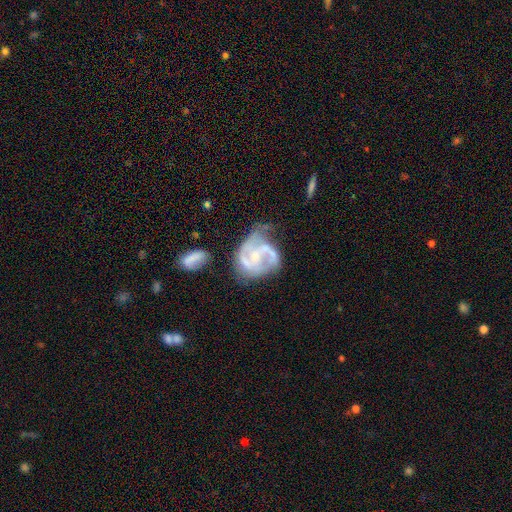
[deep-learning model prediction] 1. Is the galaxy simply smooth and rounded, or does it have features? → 82% featured or disk, 12% smooth, 7% star or artifact.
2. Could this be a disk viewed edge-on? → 98% no, 2% yes.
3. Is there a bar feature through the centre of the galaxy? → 49% no, 39% weak, 12% strong.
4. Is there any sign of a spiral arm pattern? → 86% yes, 14% no.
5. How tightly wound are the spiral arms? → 49% medium, 27% loose, 24% tight.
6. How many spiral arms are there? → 63% 2, 15% can't tell, 12% 3, 5% 1, 2% 4, 2% more than 4.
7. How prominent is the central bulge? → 52% small, 33% moderate, 12% none, 2% large, 1% dominant.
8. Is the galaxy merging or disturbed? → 35% none, 27% major disturbance, 25% minor disturbance, 13% merger.